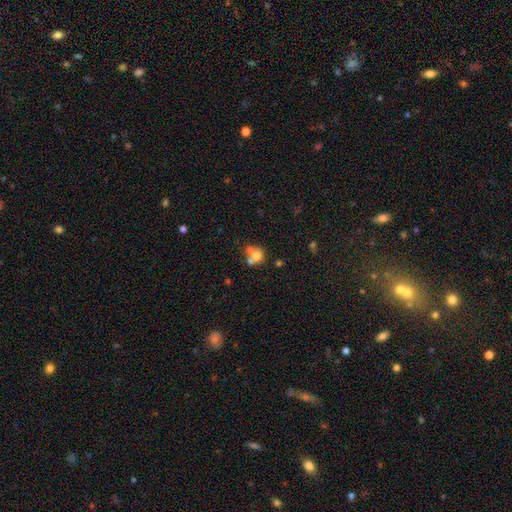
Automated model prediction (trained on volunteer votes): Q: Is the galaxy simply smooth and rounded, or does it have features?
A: smooth — 68%.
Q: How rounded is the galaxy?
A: round — 76%.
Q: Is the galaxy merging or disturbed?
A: merger — 53%.